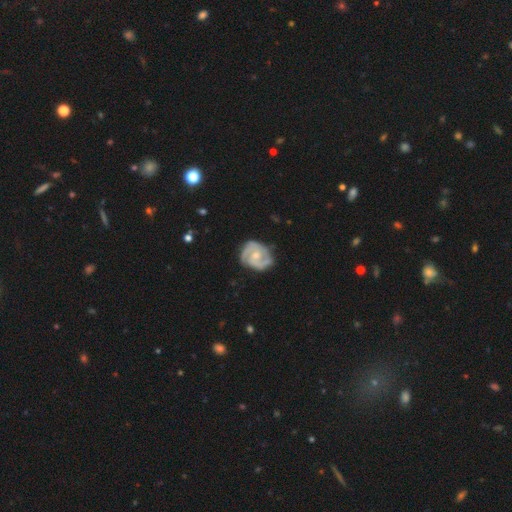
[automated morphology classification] A featured or disk galaxy (83%) with no bar (58%), 2 (72%) medium (45%) spiral arms (95%) and a moderate central bulge (48%). Merging: none (70%).